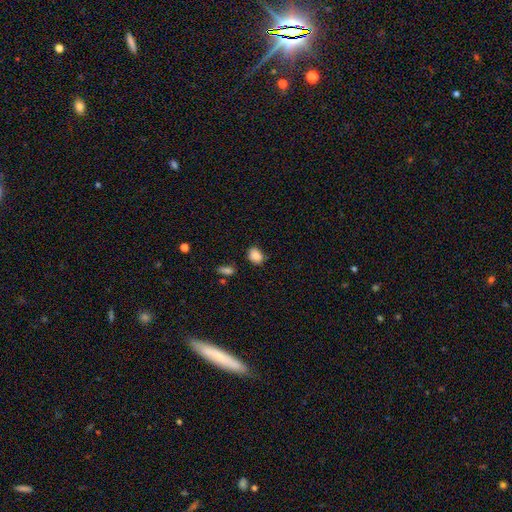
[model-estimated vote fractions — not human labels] smooth_or_featured: smooth (p=0.87) [alt: star or artifact p=0.09]
how_rounded: in between (p=0.64) [alt: round p=0.35]
merging: none (p=0.74) [alt: minor disturbance p=0.19]